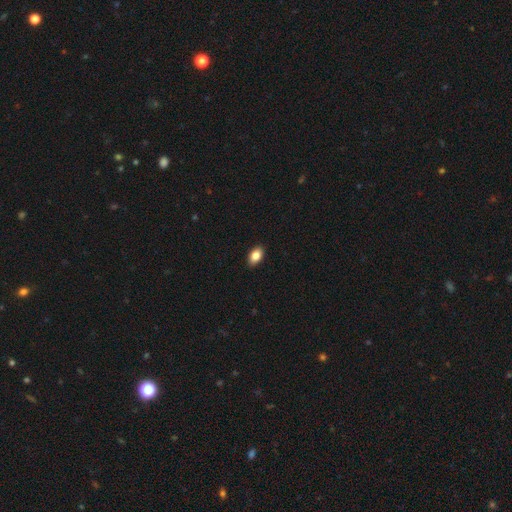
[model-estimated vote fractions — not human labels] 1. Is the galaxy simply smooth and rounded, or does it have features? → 85% smooth, 8% star or artifact, 7% featured or disk.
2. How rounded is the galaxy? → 89% in between, 9% round, 2% cigar-shaped.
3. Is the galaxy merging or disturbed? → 90% none, 7% minor disturbance, 2% major disturbance, 1% merger.